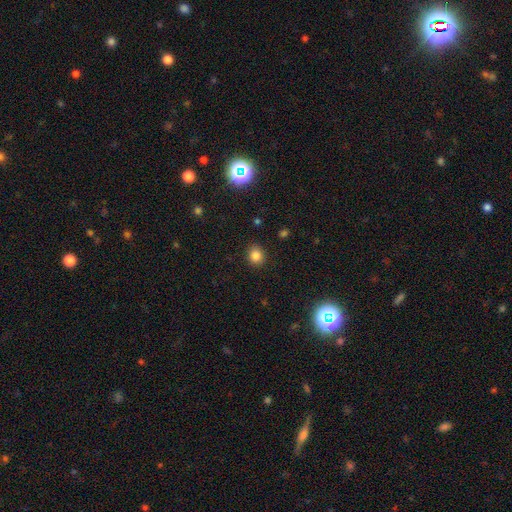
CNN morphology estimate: This is clearly a smooth galaxy (83%). How rounded: likely round (77%). Merging: clearly none (89%).